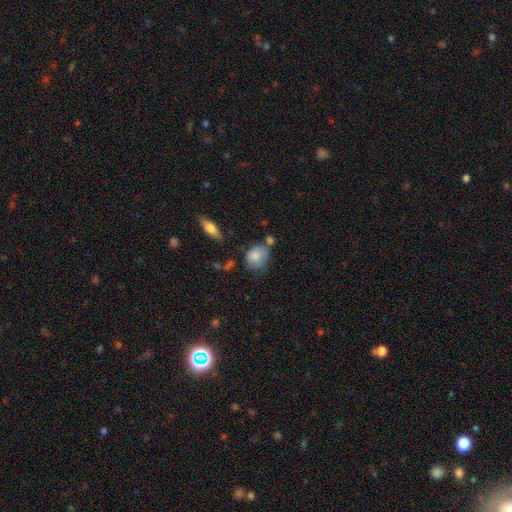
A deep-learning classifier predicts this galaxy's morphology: smooth_or_featured: smooth (p=0.77) [alt: featured or disk p=0.15]
how_rounded: in between (p=0.50) [alt: round p=0.49]
merging: none (p=0.45) [alt: minor disturbance p=0.28]